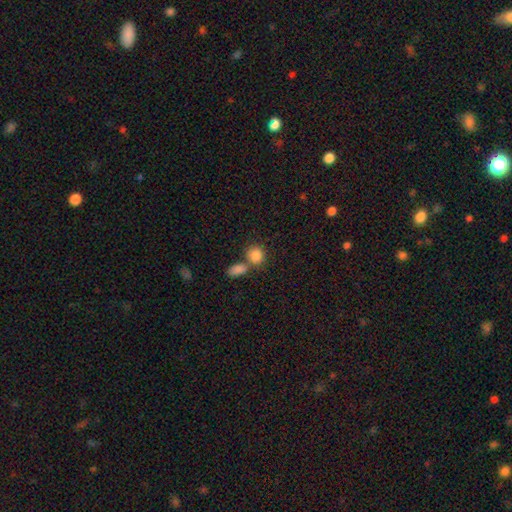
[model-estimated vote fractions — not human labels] Smooth or featured: smooth — 86% (star or artifact — 9%)
How rounded: round — 73% (in between — 26%)
Merging: none — 51% (merger — 36%)